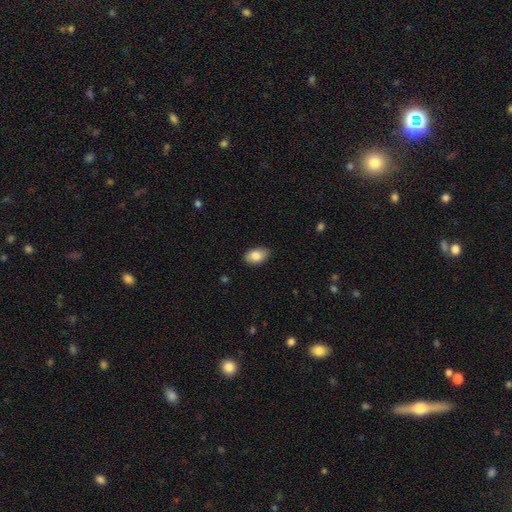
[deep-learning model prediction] A smooth galaxy with no disk features (84%) that is in between round and cigar-shaped (91%).

Vote fractions:
- Smooth or featured? smooth: 84% / featured or disk: 9% / star or artifact: 7%
- How rounded? in between: 91% / round: 7% / cigar-shaped: 1%
- Merging? none: 84% / minor disturbance: 13% / major disturbance: 2% / merger: 1%